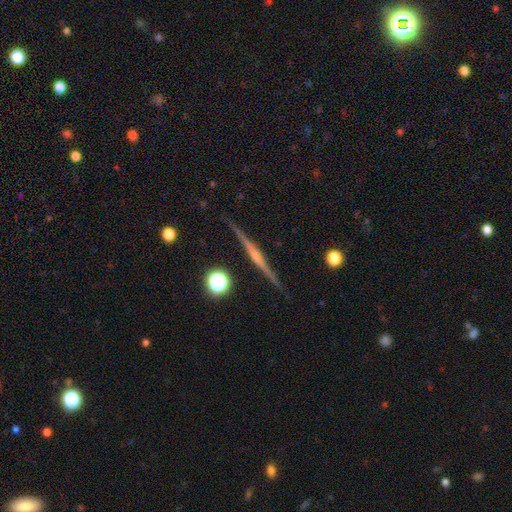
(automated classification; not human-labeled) Smooth or featured: featured or disk — 80% (smooth — 13%)
Edge-on disk: yes — 98% (no — 2%)
Edge-on bulge: rounded — 64% (none — 24%)
Merging: none — 91% (minor disturbance — 6%)